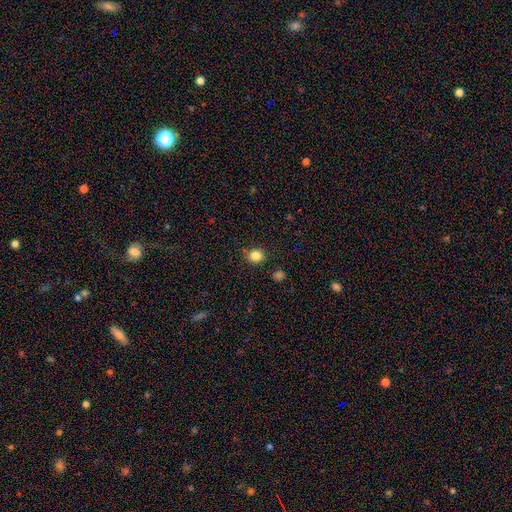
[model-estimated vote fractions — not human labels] smooth 84%, star or artifact 12%, featured or disk 5%. Down the decision tree: how rounded — round (77%); merging — none (86%).